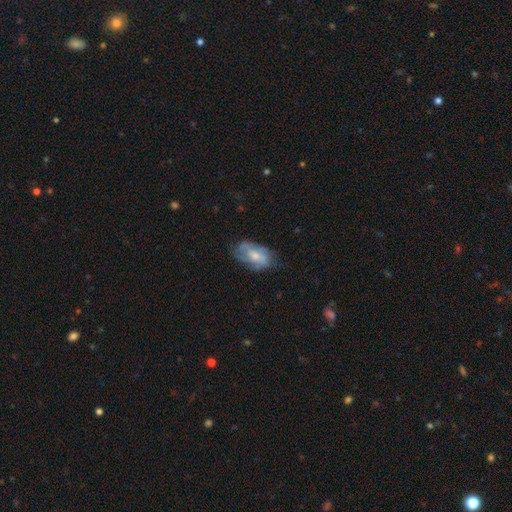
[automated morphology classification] The model was most divided on "smooth or featured": featured or disk: 53%, smooth: 40%, star or artifact: 7%. More confident: edge-on disk — no (95%); merging — none (56%).